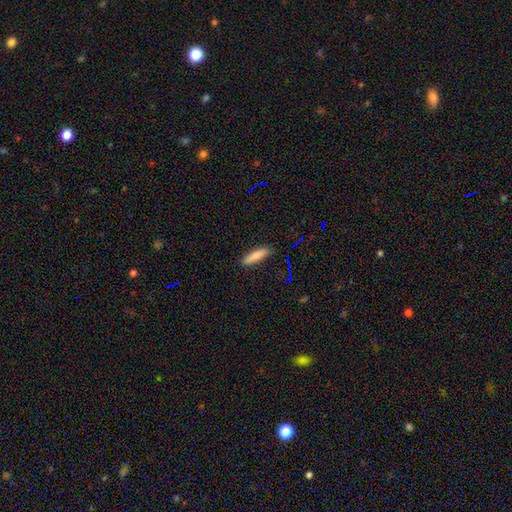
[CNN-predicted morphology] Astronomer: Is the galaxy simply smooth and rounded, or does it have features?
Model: smooth — 83%.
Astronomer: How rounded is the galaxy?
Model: cigar-shaped — 70%.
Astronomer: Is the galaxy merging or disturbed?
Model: none — 88%.